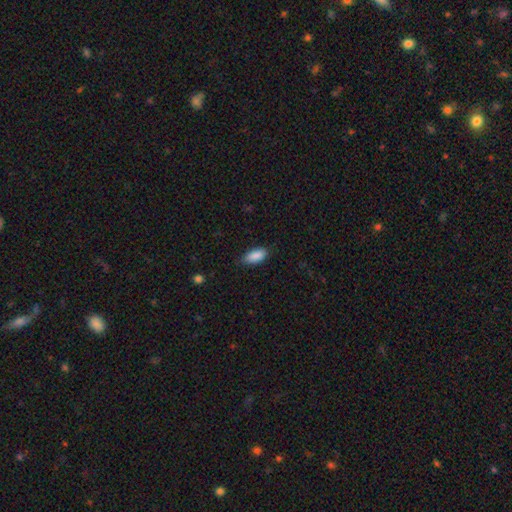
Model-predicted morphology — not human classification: Smooth or featured? Predicted: smooth (p=0.89). How rounded? Predicted: in between (p=0.87). Merging? Predicted: none (p=0.79).